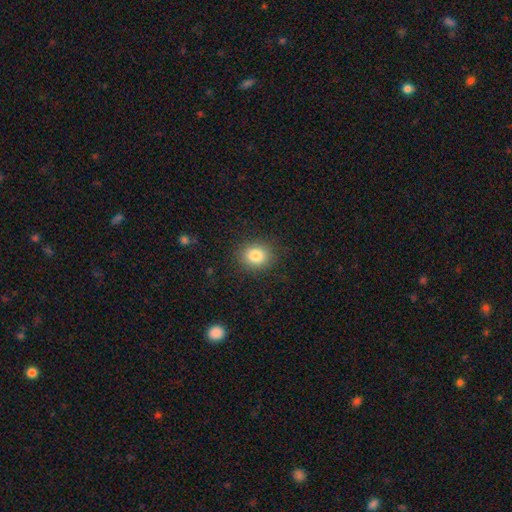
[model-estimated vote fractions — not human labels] Overall: smooth (83%). How rounded: round (66%; in between 33%). Merging: none (88%).